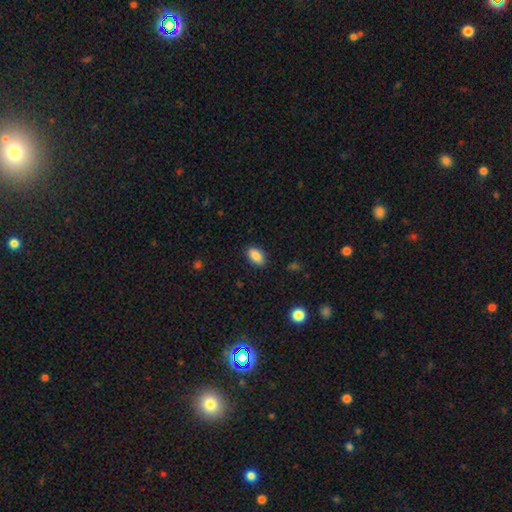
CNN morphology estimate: Overall: smooth (88%). How rounded: in between (91%). Merging: none (86%).